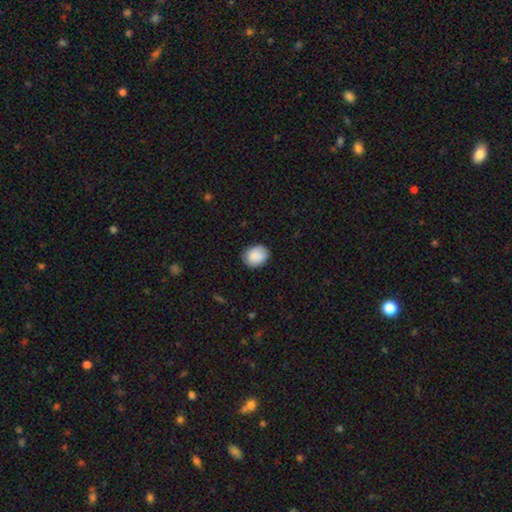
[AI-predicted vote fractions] Morphology: type=smooth (87%); roundness=round (56%); merging=none (82%).